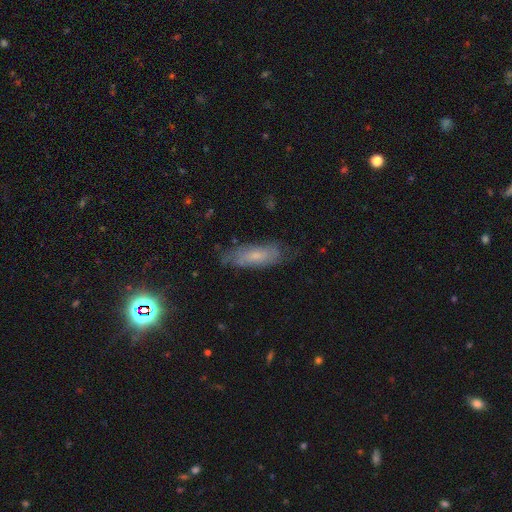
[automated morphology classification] Smooth or featured?
  - smooth: 51% *
  - featured or disk: 40%
  - star or artifact: 10%
How rounded?
  - in between: 57% *
  - cigar-shaped: 41%
  - round: 2%
Merging?
  - none: 69% *
  - minor disturbance: 23%
  - major disturbance: 7%
  - merger: 2%